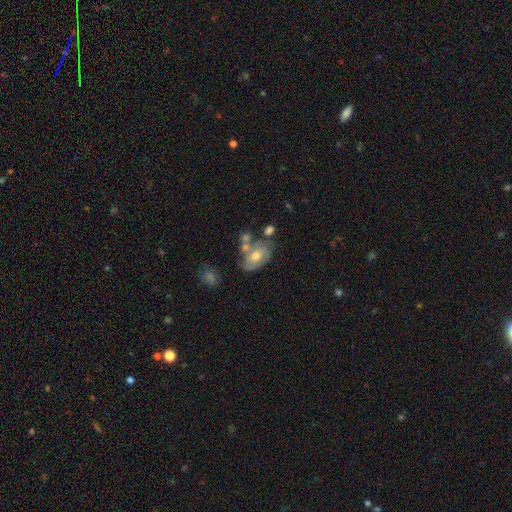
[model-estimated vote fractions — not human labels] Overall: featured or disk (47%; smooth 43%). Merging: none (45%; merger 24%).